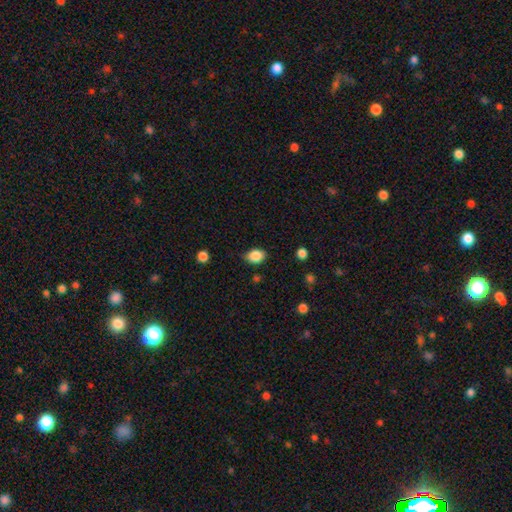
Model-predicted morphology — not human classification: The model was most divided on "how rounded": in between: 69%, round: 30%, cigar-shaped: 1%. More confident: smooth or featured — smooth (86%); merging — none (74%).